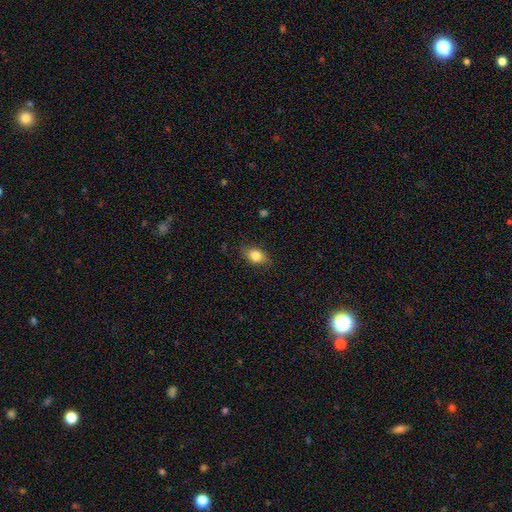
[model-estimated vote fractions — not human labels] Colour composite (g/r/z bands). It shows a smooth galaxy with no disk features (79%) that is in between round and cigar-shaped (75%). Merging: none (79%).